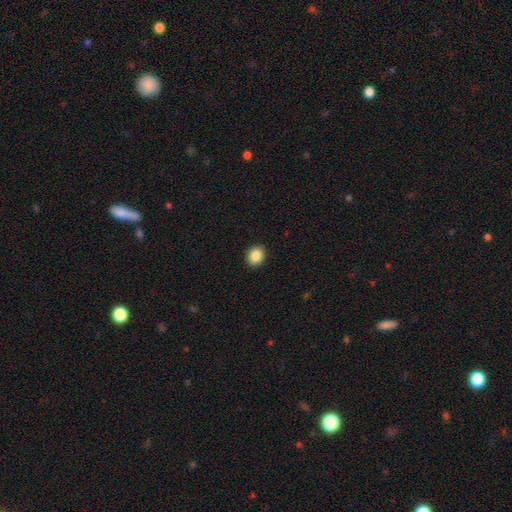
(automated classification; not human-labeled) The model was most divided on "how rounded": round: 70%, in between: 29%, cigar-shaped: 1%. More confident: merging — none (92%); smooth or featured — smooth (87%).